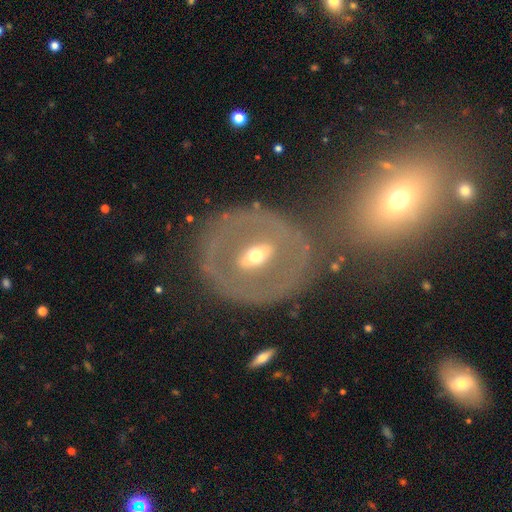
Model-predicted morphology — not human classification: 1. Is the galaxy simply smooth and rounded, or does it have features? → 70% featured or disk, 23% smooth, 7% star or artifact.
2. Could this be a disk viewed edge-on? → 91% no, 9% yes.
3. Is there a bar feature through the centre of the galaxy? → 42% strong, 33% weak, 26% no.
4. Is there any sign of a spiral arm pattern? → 72% no, 28% yes.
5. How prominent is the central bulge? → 58% moderate, 35% small, 5% large, 1% dominant, 1% none.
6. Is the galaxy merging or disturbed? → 68% none, 15% minor disturbance, 12% major disturbance, 5% merger.